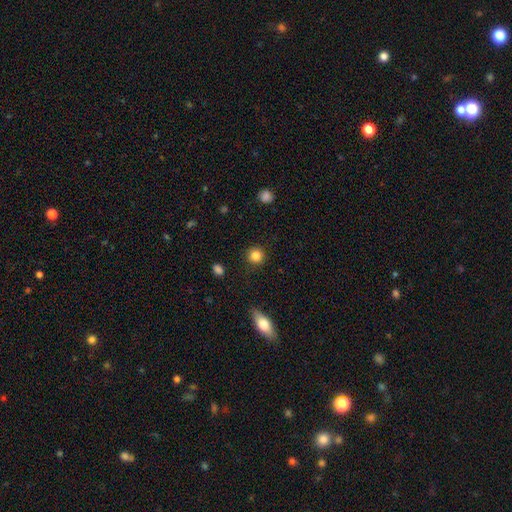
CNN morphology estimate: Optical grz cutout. It shows a smooth galaxy with no disk features (85%) that is round (93%). Merging: none (89%).